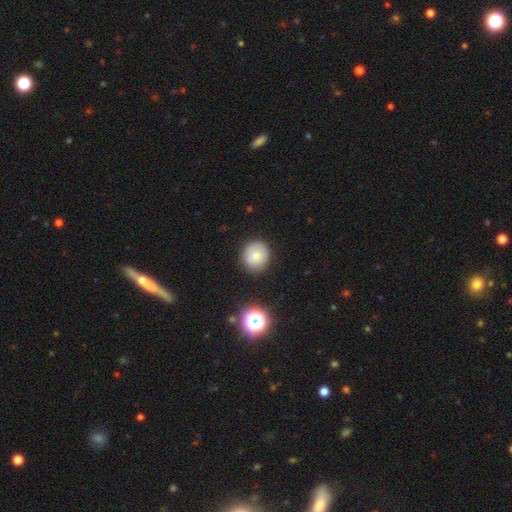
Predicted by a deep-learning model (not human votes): Q: Smooth or featured?
A: smooth (75%); runner-up: featured or disk (14%)
Q: How rounded?
A: round (88%); runner-up: in between (11%)
Q: Merging?
A: none (85%); runner-up: minor disturbance (11%)